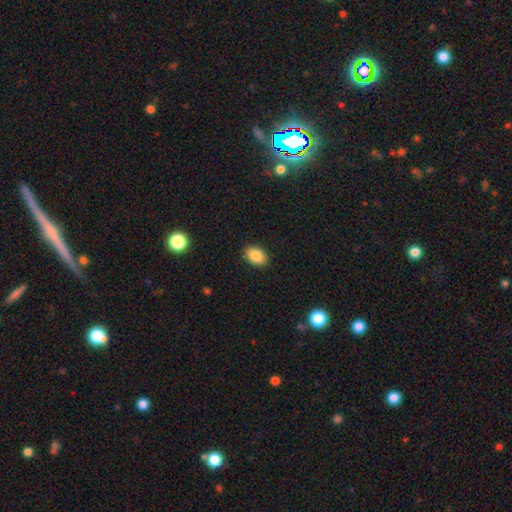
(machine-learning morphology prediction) smooth_or_featured: smooth (p=0.87) [alt: star or artifact p=0.08]
how_rounded: in between (p=0.81) [alt: round p=0.18]
merging: none (p=0.89) [alt: minor disturbance p=0.08]